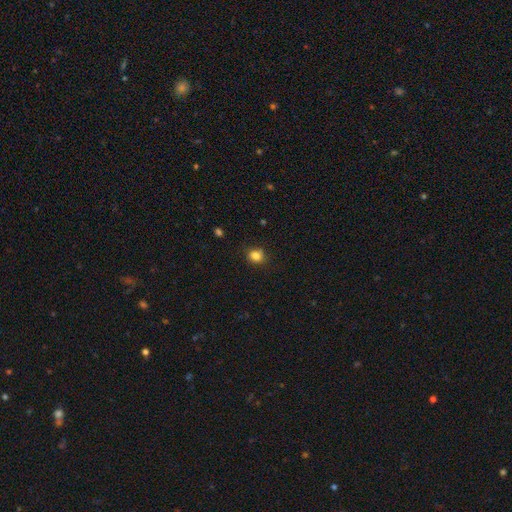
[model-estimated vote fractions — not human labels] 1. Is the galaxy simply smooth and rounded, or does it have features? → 83% smooth, 12% star or artifact, 6% featured or disk.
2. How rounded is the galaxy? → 65% round, 34% in between, 1% cigar-shaped.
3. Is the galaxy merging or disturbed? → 77% none, 17% minor disturbance, 4% major disturbance, 3% merger.